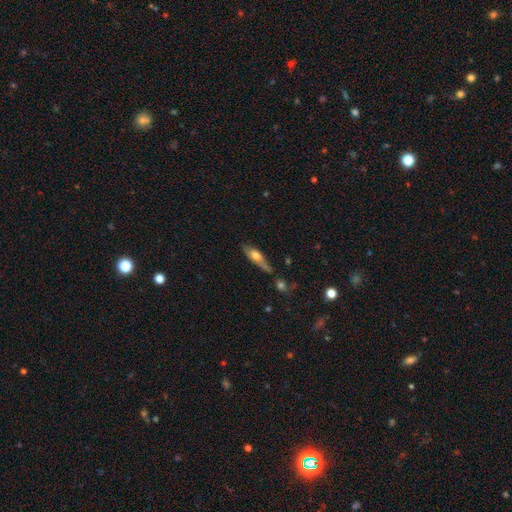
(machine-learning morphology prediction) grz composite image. It shows a smooth galaxy with no disk features (53%) that is cigar-shaped (52%). Merging: none (51%).